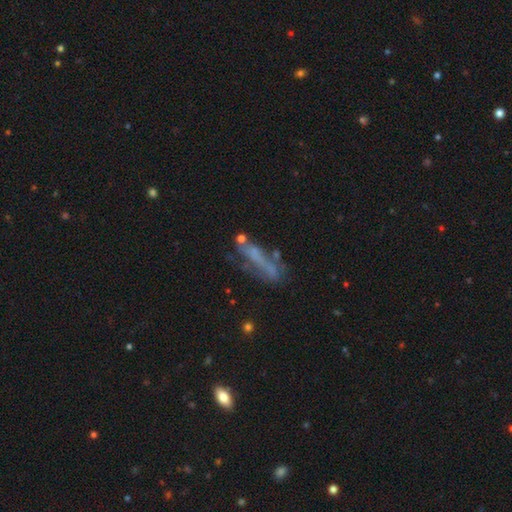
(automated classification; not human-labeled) Smooth or featured: featured or disk — 44% (smooth — 43%)
Merging: none — 41% (minor disturbance — 23%)